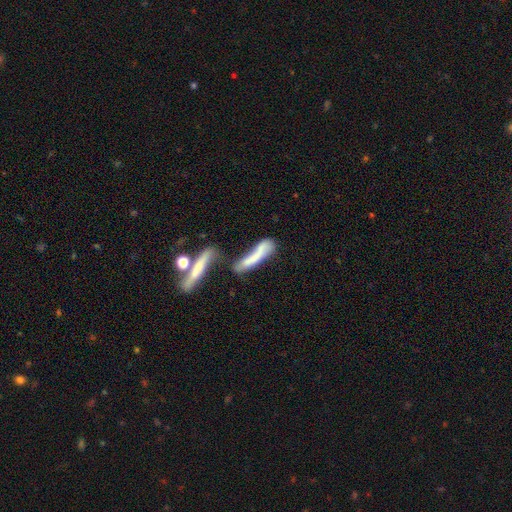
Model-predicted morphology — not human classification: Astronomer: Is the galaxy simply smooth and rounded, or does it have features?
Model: smooth — 60%.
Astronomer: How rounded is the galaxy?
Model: cigar-shaped — 83%.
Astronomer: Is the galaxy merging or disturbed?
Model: merger — 42% (runner-up: none, 26%).